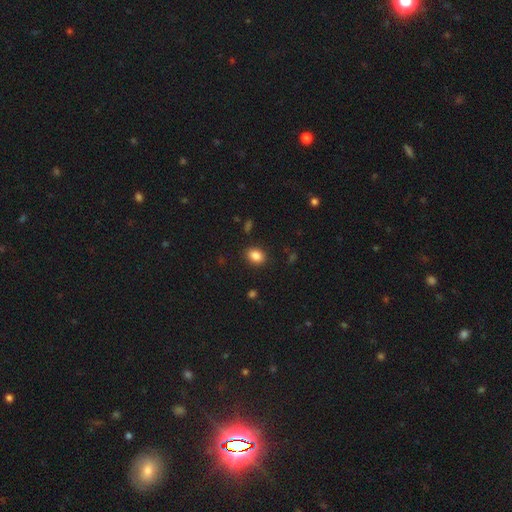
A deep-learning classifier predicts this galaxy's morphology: smooth_or_featured: smooth (p=0.86) [alt: star or artifact p=0.09]
how_rounded: in between (p=0.63) [alt: round p=0.36]
merging: none (p=0.88) [alt: minor disturbance p=0.08]